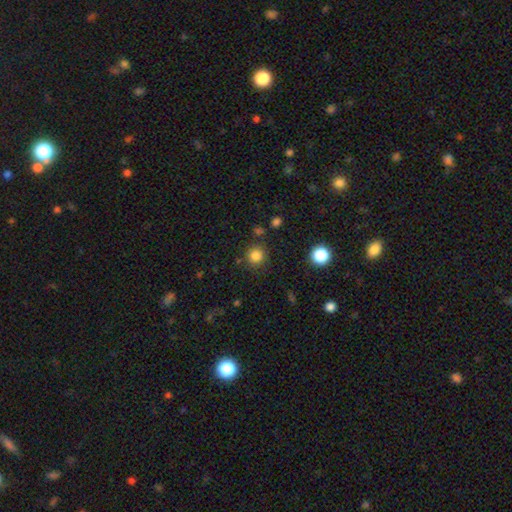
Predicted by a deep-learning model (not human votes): smooth 83%, star or artifact 13%, featured or disk 4%. Down the decision tree: how rounded — round (92%); merging — none (85%).